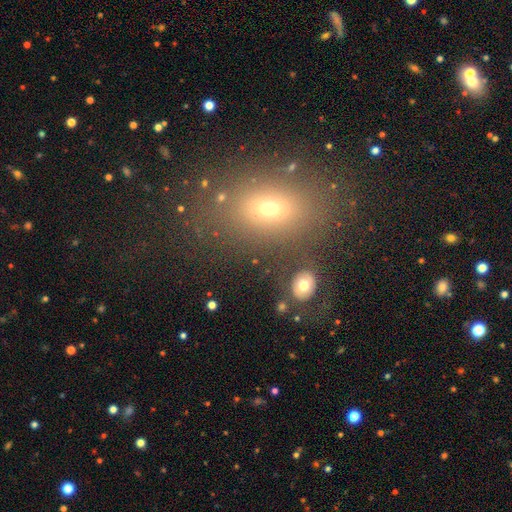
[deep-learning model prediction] Morphology: type=smooth (58%); roundness=in between (71%); merging=none (74%).